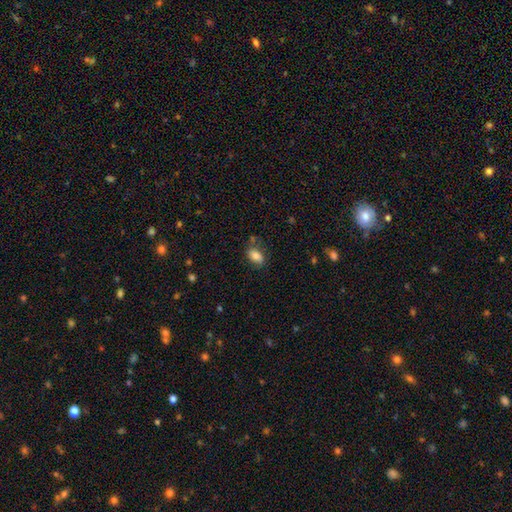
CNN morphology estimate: smooth_or_featured: smooth (p=0.80) [alt: featured or disk p=0.11]
how_rounded: in between (p=0.89) [alt: round p=0.09]
merging: none (p=0.67) [alt: minor disturbance p=0.20]